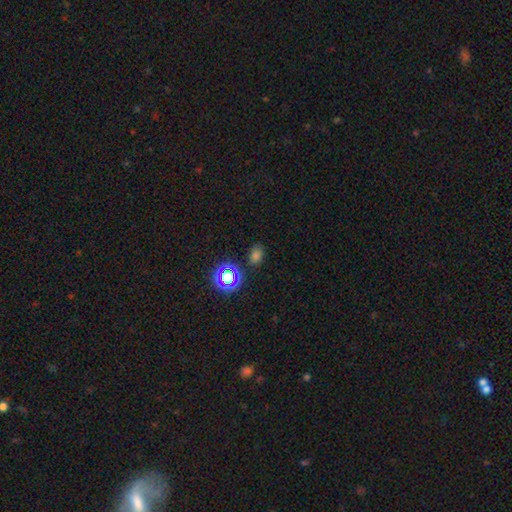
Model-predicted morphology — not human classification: This is possibly a smooth galaxy (58%). How rounded: likely in between (64%). Merging: clearly none (80%).